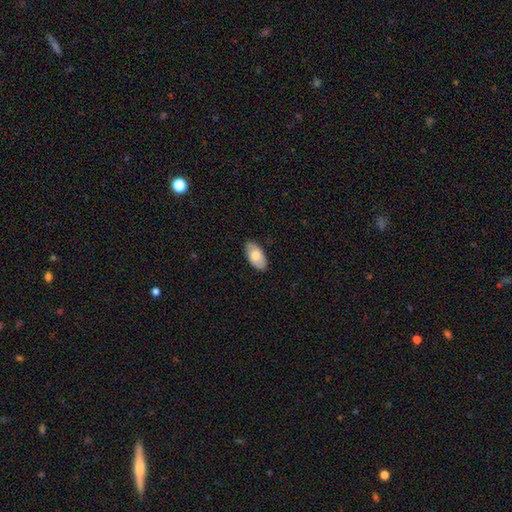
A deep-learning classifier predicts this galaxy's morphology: Smooth or featured?
  - smooth: 76% *
  - featured or disk: 19%
  - star or artifact: 6%
How rounded?
  - in between: 95% *
  - round: 3%
  - cigar-shaped: 2%
Merging?
  - none: 85% *
  - minor disturbance: 12%
  - major disturbance: 2%
  - merger: 1%